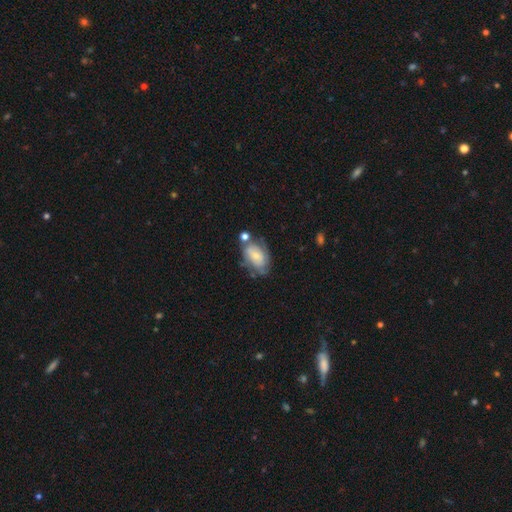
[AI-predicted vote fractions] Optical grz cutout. It shows a featured or disk galaxy (49%). Merging: none (46%).